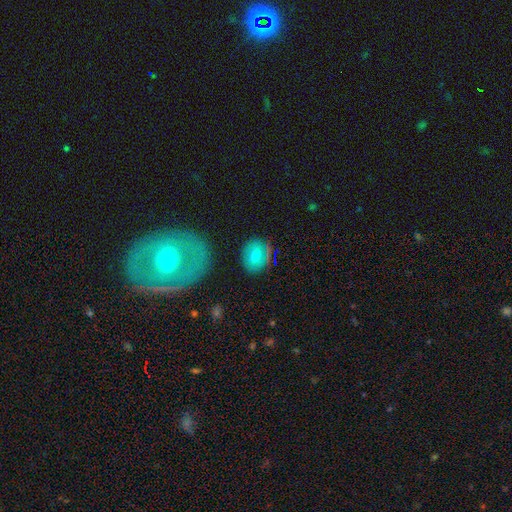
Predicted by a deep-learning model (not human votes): smooth 66%, featured or disk 23%, star or artifact 11%. Down the decision tree: how rounded — in between (53%); merging — none (79%).